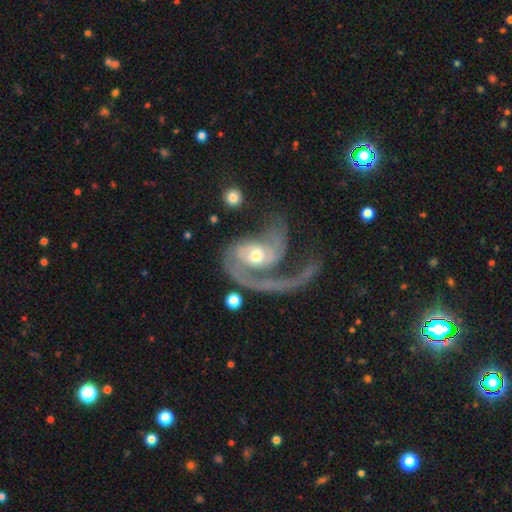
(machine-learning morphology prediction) Overall: featured or disk (89%). Edge-on disk: no (97%). Bar: no (58%; weak 31%). Spiral arms: yes (95%). Spiral arm count: 2 (41%; 1 40%). Spiral winding: loose (42%; medium 39%). Bulge size: moderate (66%). Merging: major disturbance (56%; none 24%).